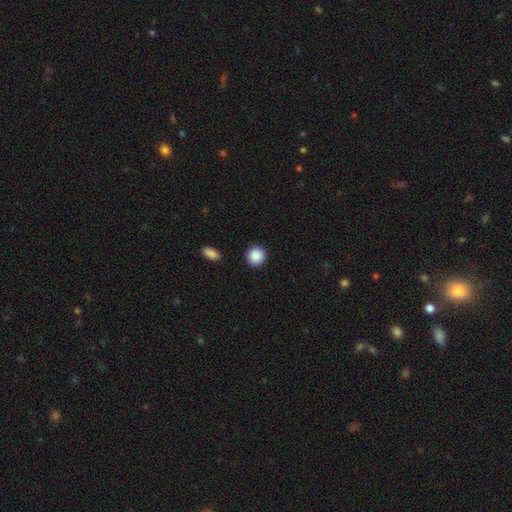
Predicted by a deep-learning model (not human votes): The model was most divided on "smooth or featured": smooth: 89%, star or artifact: 8%, featured or disk: 3%. More confident: how rounded — round (93%); merging — none (91%).